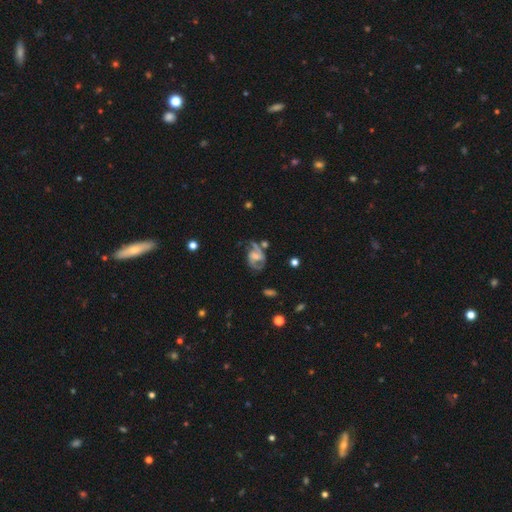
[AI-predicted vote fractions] Smooth or featured? featured or disk (78%)
Edge-on disk? no (97%)
Bar? weak (46%)
Spiral arms? yes (90%)
Spiral winding? medium (50%)
Spiral arm count? 2 (80%)
Bulge size? small (31%)
Merging? none (51%)